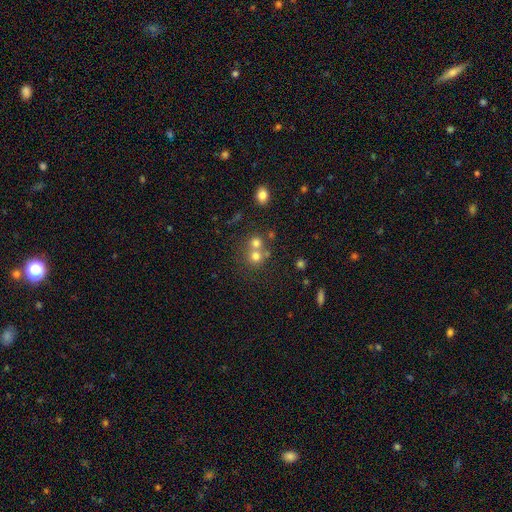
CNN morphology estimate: Overall: smooth (70%). How rounded: round (87%). Merging: merger (47%; none 44%).